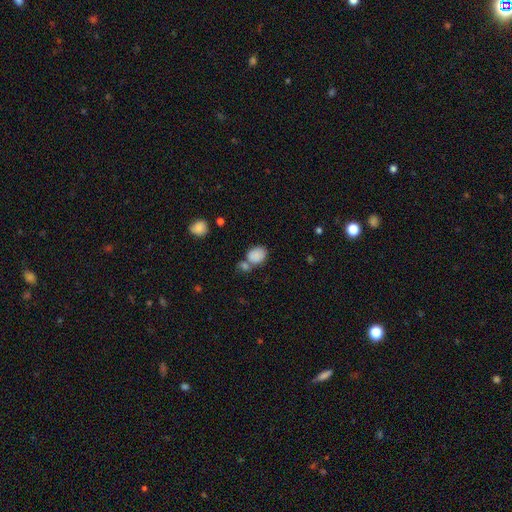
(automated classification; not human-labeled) Smooth or featured? Predicted: smooth (p=0.84). How rounded? Predicted: in between (p=0.62). Merging? Predicted: merger (p=0.41).